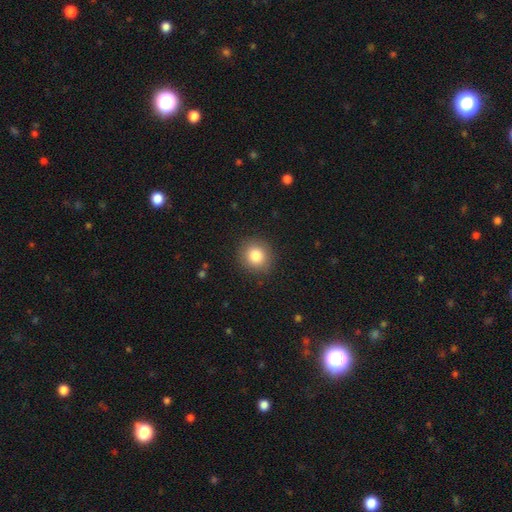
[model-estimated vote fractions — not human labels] Smooth or featured? smooth (83%)
How rounded? round (87%)
Merging? none (89%)